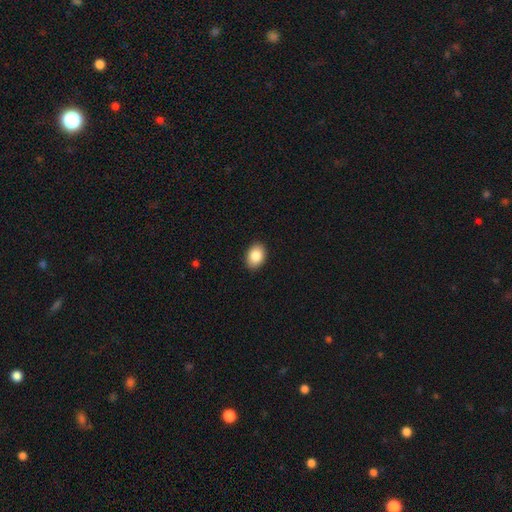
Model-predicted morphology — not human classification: Smooth or featured: smooth — 86% (star or artifact — 8%)
How rounded: in between — 76% (round — 23%)
Merging: none — 90% (minor disturbance — 7%)